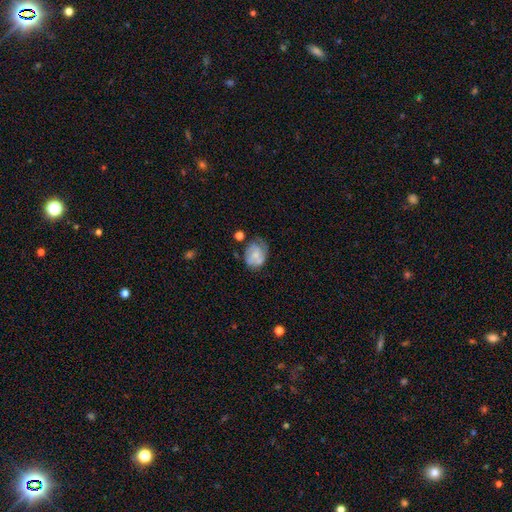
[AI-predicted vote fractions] A featured or disk galaxy (53%) with no bar (70%), spiral arms (69%) and a small central bulge (50%).

Vote fractions:
- Smooth or featured? featured or disk: 53% / smooth: 39% / star or artifact: 8%
- Edge-on disk? no: 97% / yes: 3%
- Bar? no: 70% / weak: 25% / strong: 4%
- Spiral arms? yes: 69% / no: 31%
- Bulge size? small: 50% / moderate: 31% / none: 15% / large: 3% / dominant: 1%
- Merging? none: 45% / minor disturbance: 30% / major disturbance: 16% / merger: 9%